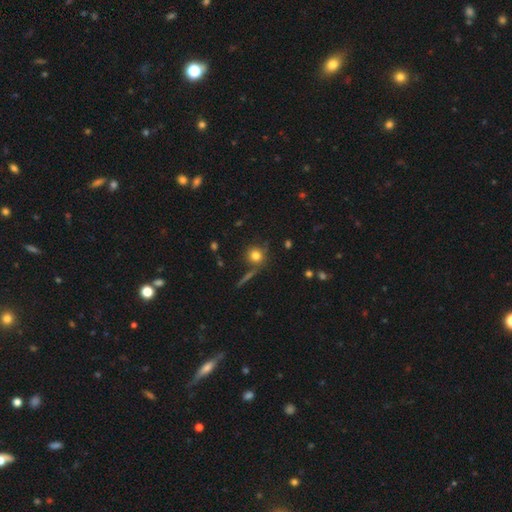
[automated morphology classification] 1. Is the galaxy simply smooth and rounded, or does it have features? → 78% smooth, 13% star or artifact, 9% featured or disk.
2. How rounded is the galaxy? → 91% round, 8% in between, 2% cigar-shaped.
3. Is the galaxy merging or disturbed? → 78% none, 10% minor disturbance, 8% merger, 4% major disturbance.